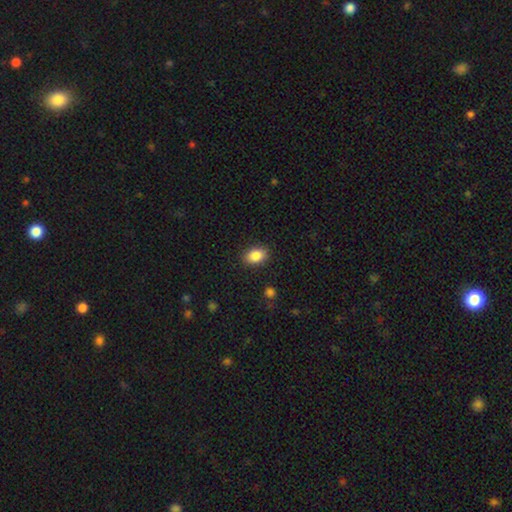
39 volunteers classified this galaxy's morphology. smooth-or-featured: smooth: 90% | featured or disk: 5% | star or artifact: 5%
  how-rounded: in between: 80% | round: 20% | cigar-shaped: 0%
  merging: none: 86% | minor disturbance: 8% | major disturbance: 5% | merger: 0%